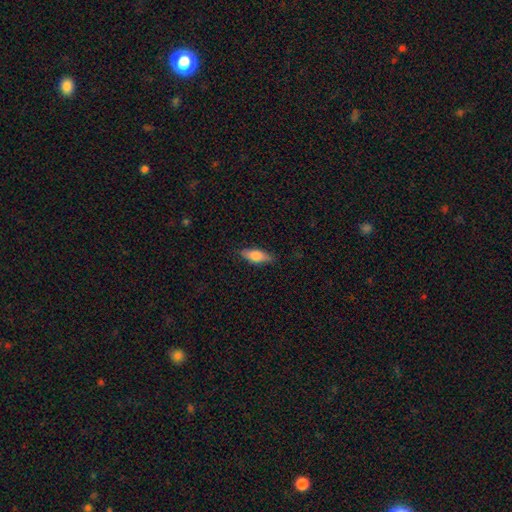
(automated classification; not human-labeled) This is likely a smooth galaxy (77%). How rounded: likely in between (69%). Merging: clearly none (82%).